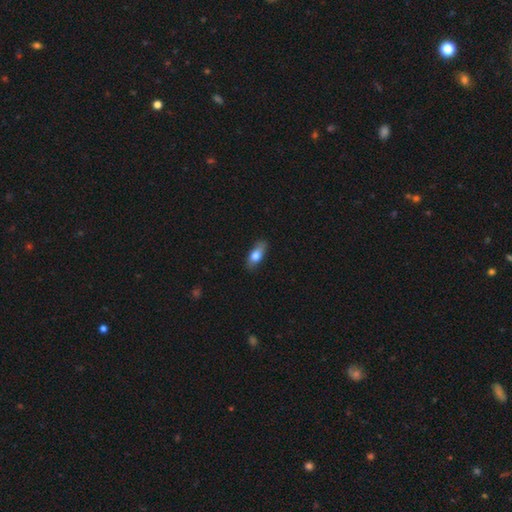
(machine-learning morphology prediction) Overall: smooth (72%). How rounded: in between (76%). Merging: none (78%).